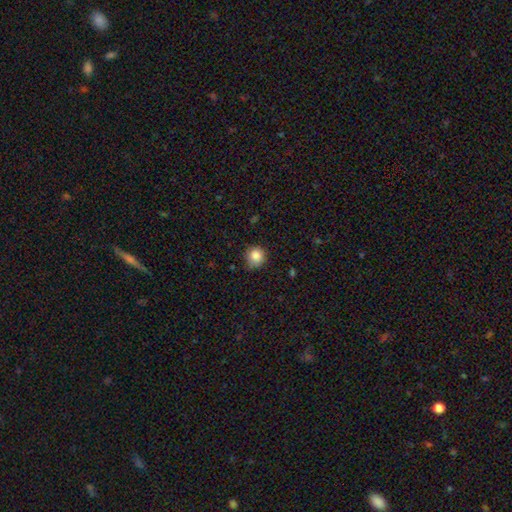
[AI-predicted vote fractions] Smooth or featured: smooth — 85% (star or artifact — 10%)
How rounded: round — 91% (in between — 8%)
Merging: none — 74% (minor disturbance — 21%)